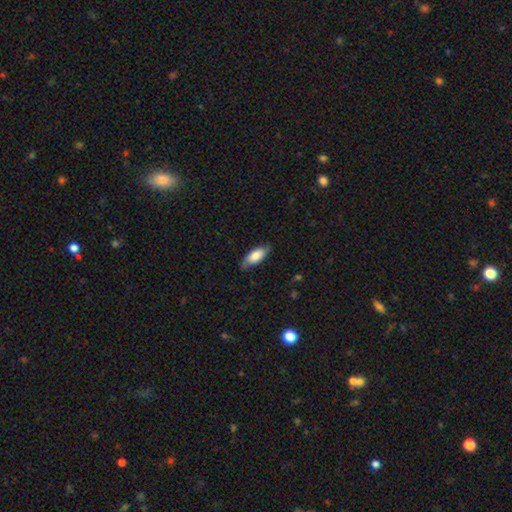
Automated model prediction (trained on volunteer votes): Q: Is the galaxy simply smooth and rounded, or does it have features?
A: smooth — 79%.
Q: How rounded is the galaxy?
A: in between — 75%.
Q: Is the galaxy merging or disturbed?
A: none — 80%.